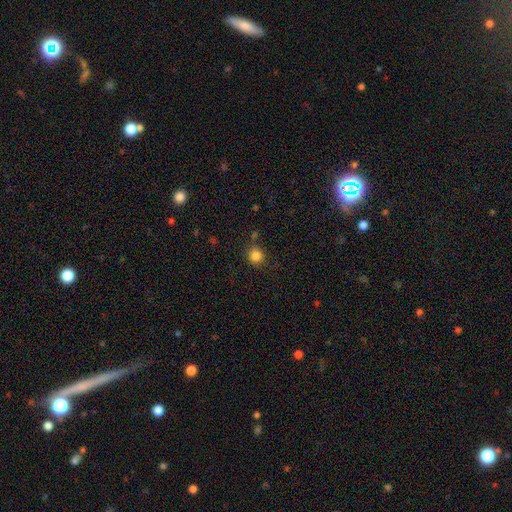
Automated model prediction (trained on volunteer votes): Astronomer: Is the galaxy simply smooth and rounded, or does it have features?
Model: smooth — 84%.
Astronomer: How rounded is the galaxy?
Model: round — 90%.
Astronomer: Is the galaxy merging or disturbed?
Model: none — 81%.